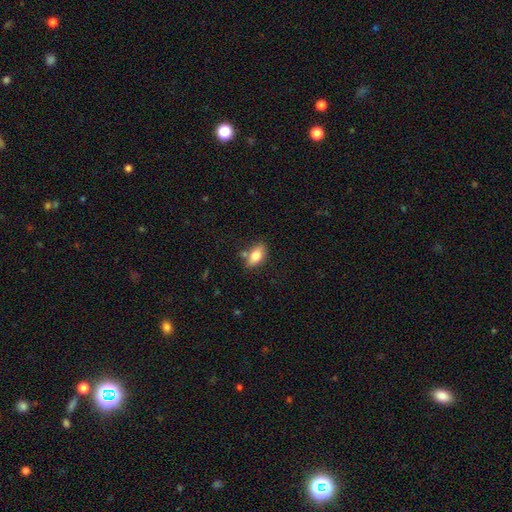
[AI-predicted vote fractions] Smooth or featured: smooth — 79% (featured or disk — 13%)
How rounded: in between — 89% (round — 6%)
Merging: none — 68% (minor disturbance — 18%)